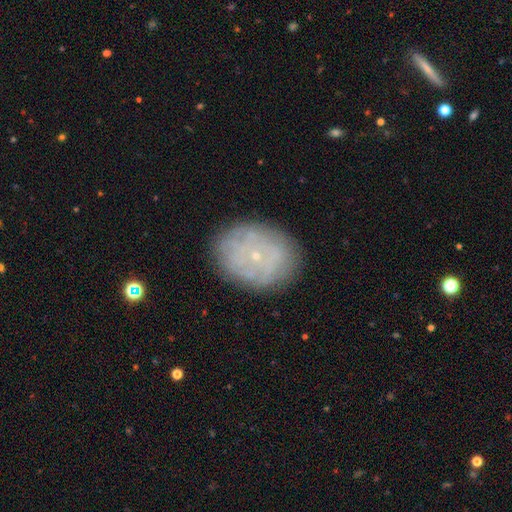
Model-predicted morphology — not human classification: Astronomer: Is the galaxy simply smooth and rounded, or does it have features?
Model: featured or disk — 53% (runner-up: smooth, 36%).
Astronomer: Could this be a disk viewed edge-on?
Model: no — 96%.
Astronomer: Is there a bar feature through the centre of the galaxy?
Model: no — 90%.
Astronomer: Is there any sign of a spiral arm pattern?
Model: yes — 51% (runner-up: no, 49%).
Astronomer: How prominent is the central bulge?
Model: small — 89%.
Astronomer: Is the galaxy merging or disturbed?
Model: none — 81%.